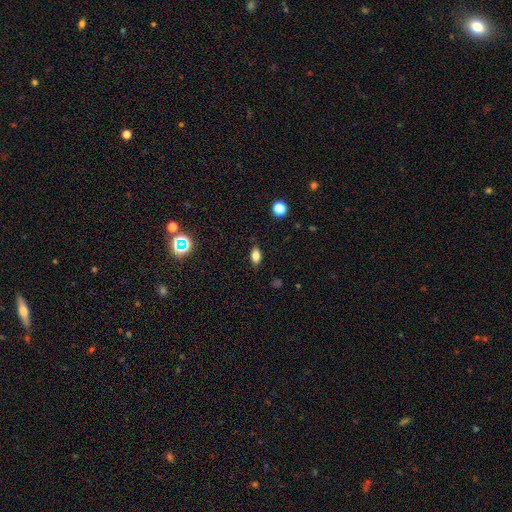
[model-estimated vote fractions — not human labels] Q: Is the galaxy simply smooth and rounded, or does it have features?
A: smooth — 80%.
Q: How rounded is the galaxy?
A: in between — 86%.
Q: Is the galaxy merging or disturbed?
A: none — 86%.